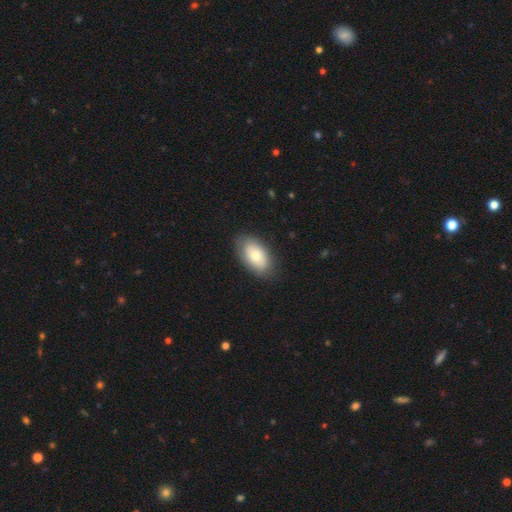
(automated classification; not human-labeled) The model was most divided on "smooth or featured": smooth: 71%, featured or disk: 22%, star or artifact: 6%. More confident: how rounded — in between (93%); merging — none (82%).